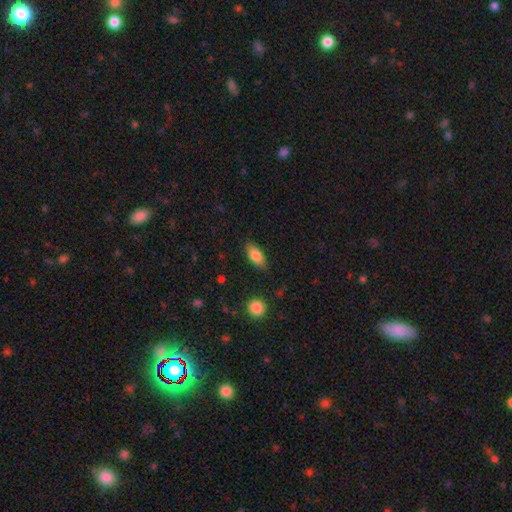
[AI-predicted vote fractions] Smooth or featured? Predicted: smooth (p=0.80). How rounded? Predicted: in between (p=0.84). Merging? Predicted: none (p=0.83).